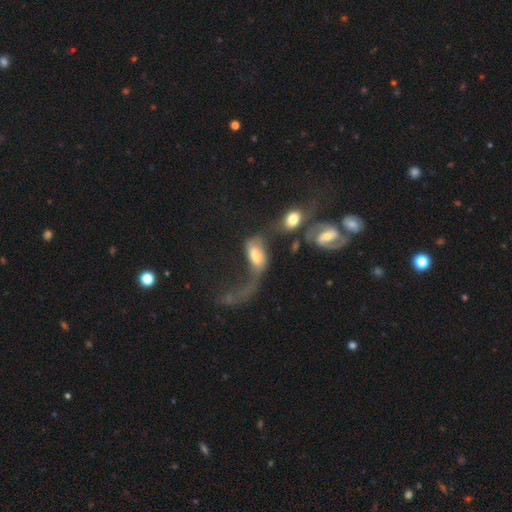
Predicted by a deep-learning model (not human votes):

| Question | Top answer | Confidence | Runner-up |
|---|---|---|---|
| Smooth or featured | featured or disk | 51% | smooth (40%) |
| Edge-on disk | no | 91% | yes (9%) |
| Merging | major disturbance | 41% | merger (36%) |